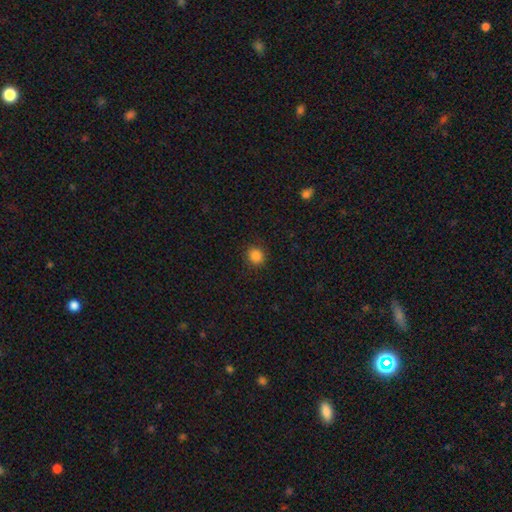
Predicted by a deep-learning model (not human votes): A smooth galaxy with no disk features (85%) that is round (82%).

Vote fractions:
- Smooth or featured? smooth: 85% / star or artifact: 11% / featured or disk: 3%
- How rounded? round: 82% / in between: 17% / cigar-shaped: 1%
- Merging? none: 90% / minor disturbance: 7% / major disturbance: 2% / merger: 1%